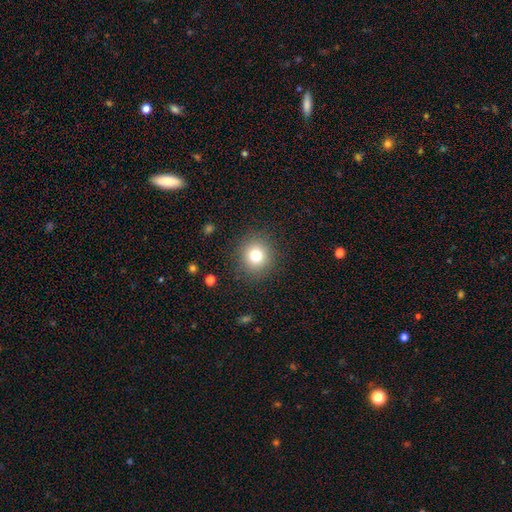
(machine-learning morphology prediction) This appears to be a smooth galaxy with no disk features (77%) that is round (90%). Merging: none (89%).